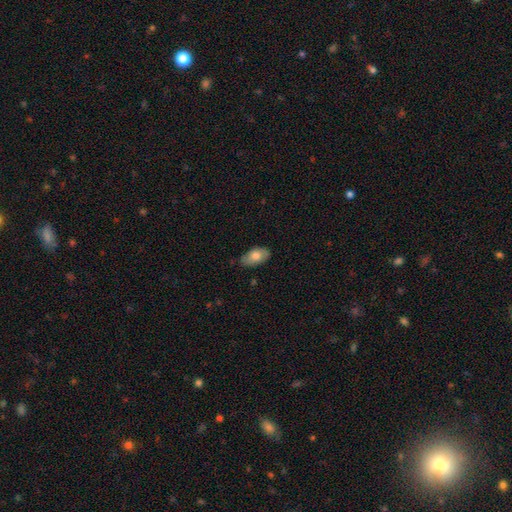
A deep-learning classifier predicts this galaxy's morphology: Smooth or featured? Predicted: smooth (p=0.74). How rounded? Predicted: in between (p=0.93). Merging? Predicted: none (p=0.79).